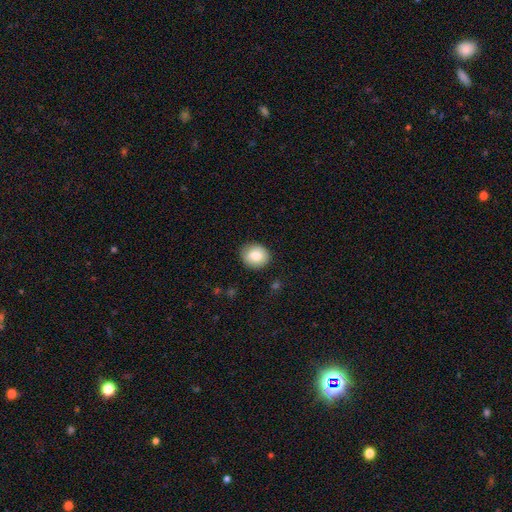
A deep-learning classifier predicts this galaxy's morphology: This appears to be a smooth galaxy with no disk features (81%) that is round (71%). Merging: none (87%).